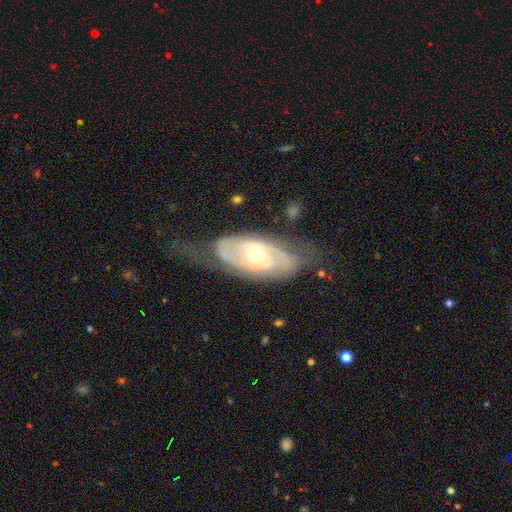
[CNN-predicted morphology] A featured or disk galaxy (77%) with no bar (74%), 2 (43%) tight (60%) spiral arms (78%) and a moderate central bulge (52%). Merging: none (54%).